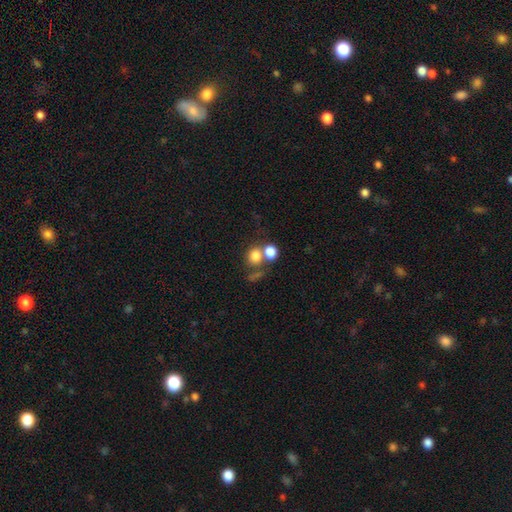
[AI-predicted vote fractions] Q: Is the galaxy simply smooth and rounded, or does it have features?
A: smooth — 76%.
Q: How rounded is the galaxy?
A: round — 73%.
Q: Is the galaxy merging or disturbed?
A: none — 44%.